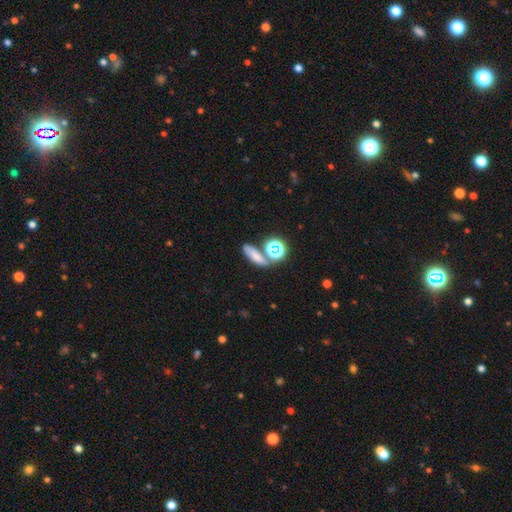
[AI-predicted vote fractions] The model was most divided on "how rounded": in between: 45%, cigar-shaped: 32%, round: 23%. More confident: smooth or featured — smooth (64%); merging — none (60%).